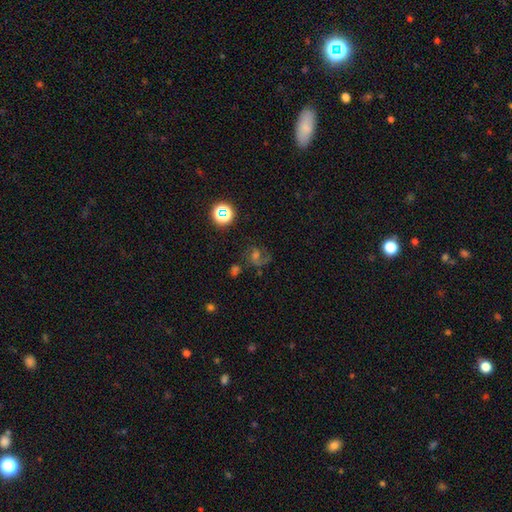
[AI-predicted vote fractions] The model was most divided on "smooth or featured": featured or disk: 48%, star or artifact: 29%, smooth: 23%. More confident: merging — none (58%).